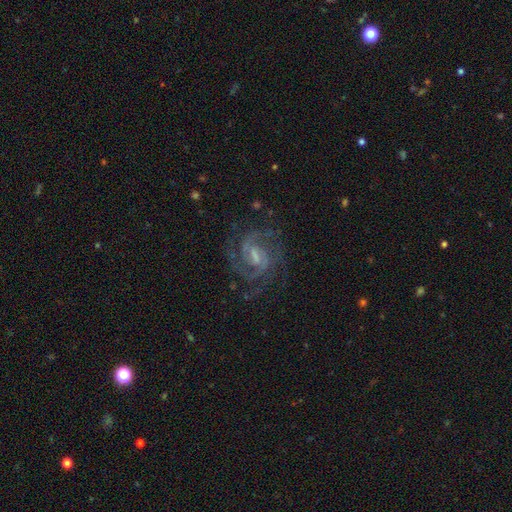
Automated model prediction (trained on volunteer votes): A featured or disk galaxy (89%) with a weak bar (57%), 2 (53%) medium (47%) spiral arms (98%) and a small central bulge (44%). Merging: none (74%).